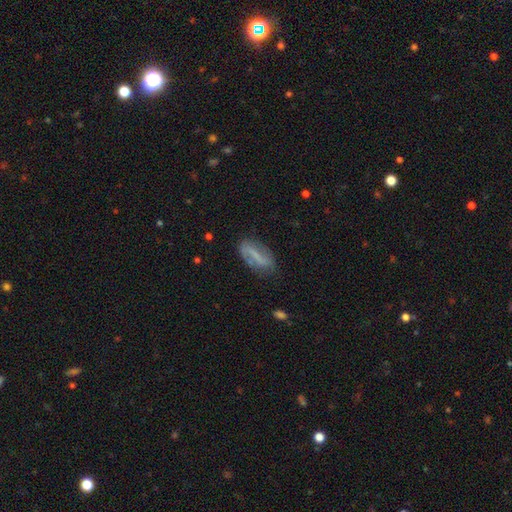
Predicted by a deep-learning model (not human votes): Q: Smooth or featured?
A: featured or disk (55%); runner-up: smooth (36%)
Q: Edge-on disk?
A: no (88%); runner-up: yes (12%)
Q: Merging?
A: none (75%); runner-up: minor disturbance (17%)